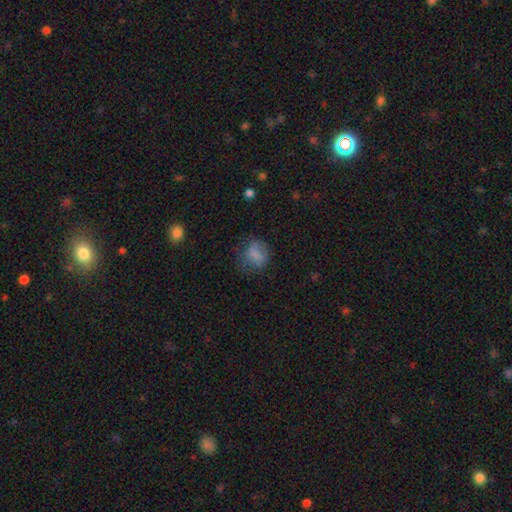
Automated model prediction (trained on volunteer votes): Smooth or featured? Predicted: smooth (p=0.72). How rounded? Predicted: round (p=0.64). Merging? Predicted: none (p=0.54).